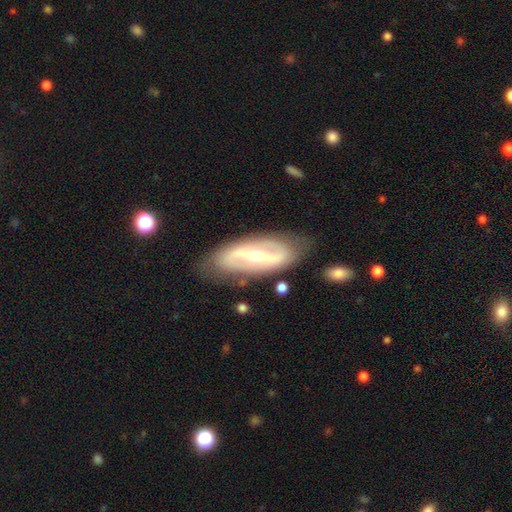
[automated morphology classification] Smooth or featured? featured or disk (81%)
Edge-on disk? no (89%)
Bar? strong (64%)
Spiral arms? yes (80%)
Spiral winding? medium (41%)
Spiral arm count? 2 (84%)
Bulge size? moderate (52%)
Merging? none (78%)